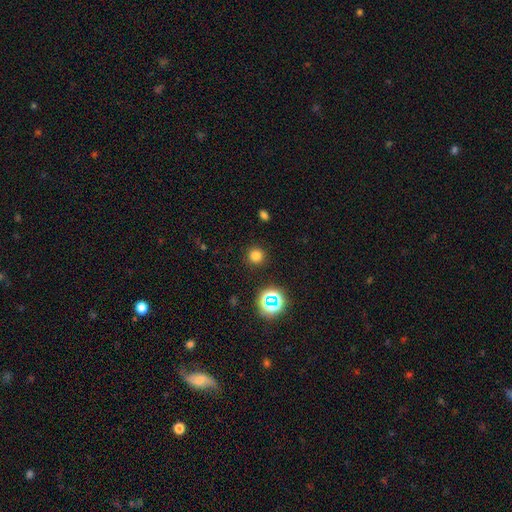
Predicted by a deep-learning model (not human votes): A smooth galaxy with no disk features (75%) that is round (94%). Merging: none (90%).